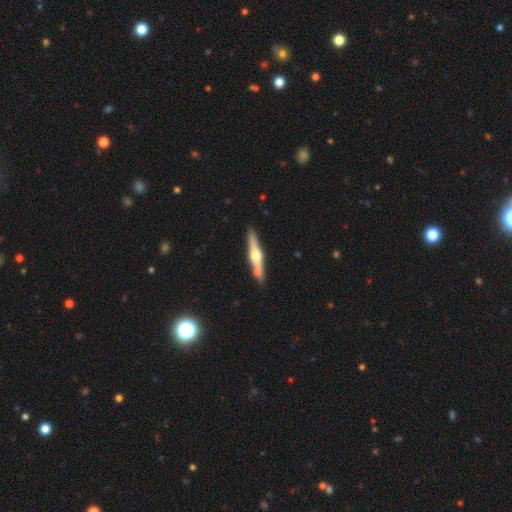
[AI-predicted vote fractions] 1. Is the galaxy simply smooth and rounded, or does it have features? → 68% featured or disk, 27% smooth, 5% star or artifact.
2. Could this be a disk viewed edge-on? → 97% yes, 3% no.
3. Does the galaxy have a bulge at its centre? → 92% rounded, 5% boxy, 3% none.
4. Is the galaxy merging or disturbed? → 78% none, 10% minor disturbance, 9% merger, 2% major disturbance.